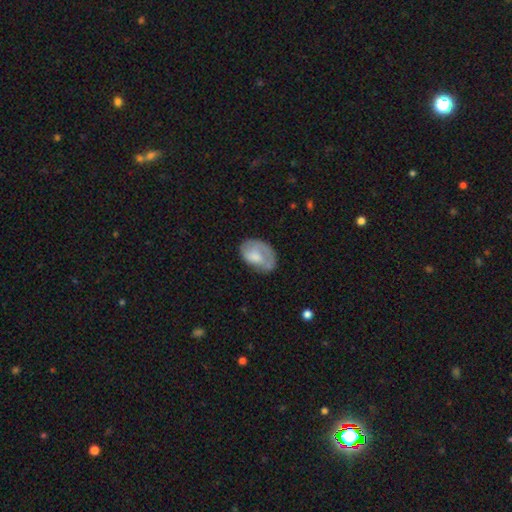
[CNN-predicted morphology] Smooth or featured: smooth — 58% (featured or disk — 35%)
How rounded: in between — 83% (round — 16%)
Merging: none — 51% (minor disturbance — 29%)